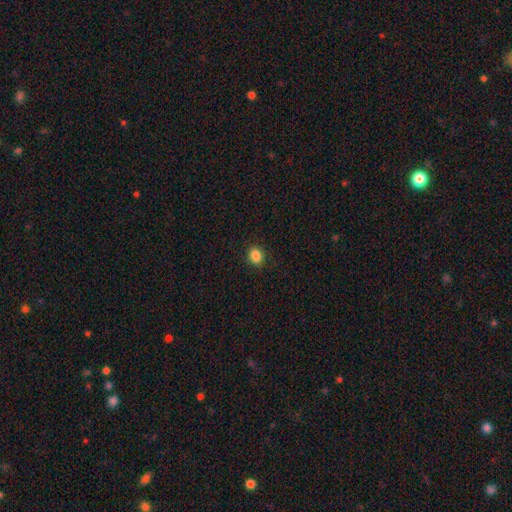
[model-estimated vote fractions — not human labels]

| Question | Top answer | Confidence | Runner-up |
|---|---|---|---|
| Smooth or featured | smooth | 86% | star or artifact (11%) |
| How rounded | round | 67% | in between (32%) |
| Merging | none | 91% | minor disturbance (6%) |